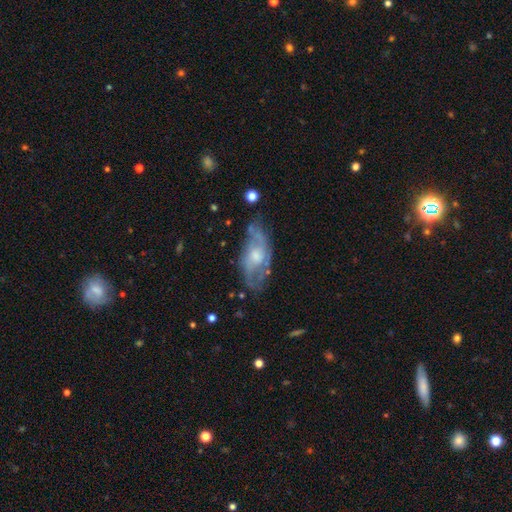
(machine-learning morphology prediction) featured or disk 72%, smooth 21%, star or artifact 7%. Down the decision tree: edge-on disk — no (89%); bar — no (69%); spiral arms — yes (76%); bulge size — moderate (55%); merging — none (62%).